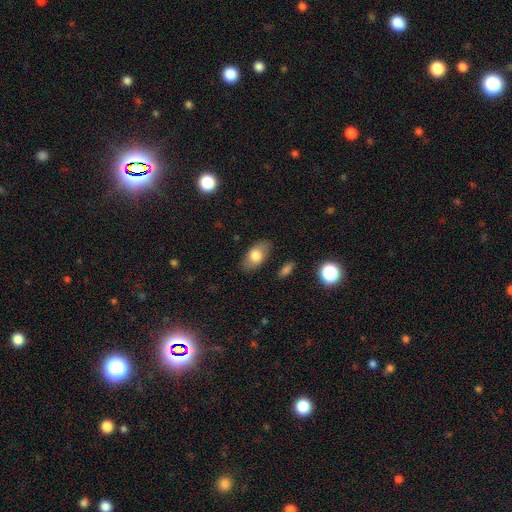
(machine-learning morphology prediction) Smooth or featured?
  - smooth: 76% *
  - featured or disk: 16%
  - star or artifact: 7%
How rounded?
  - in between: 91% *
  - round: 6%
  - cigar-shaped: 2%
Merging?
  - none: 82% *
  - minor disturbance: 13%
  - major disturbance: 3%
  - merger: 2%